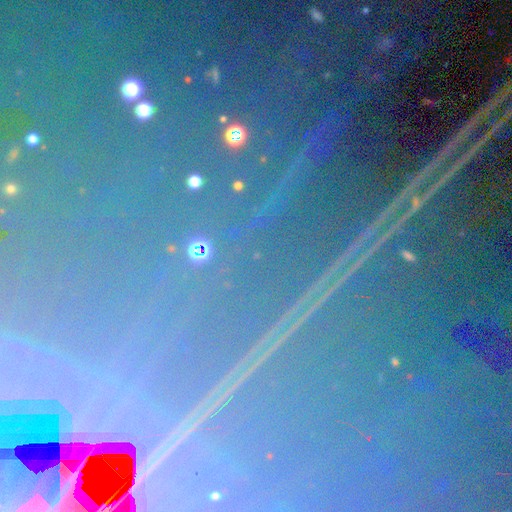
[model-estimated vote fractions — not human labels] This is clearly a star or artifact rather than a galaxy (87%).